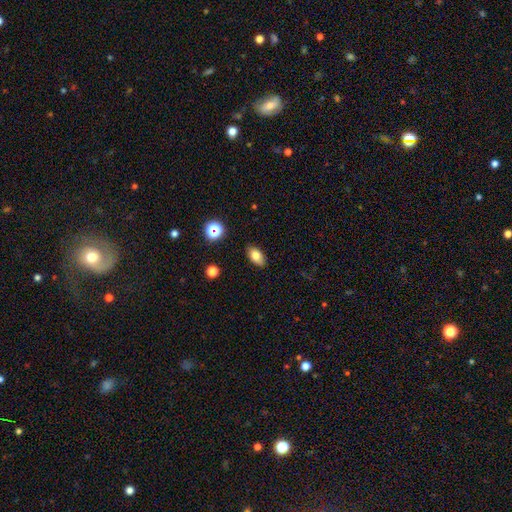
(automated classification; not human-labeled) Smooth or featured?
  - smooth: 78% *
  - featured or disk: 11%
  - star or artifact: 10%
How rounded?
  - in between: 89% *
  - round: 8%
  - cigar-shaped: 3%
Merging?
  - none: 88% *
  - minor disturbance: 9%
  - major disturbance: 2%
  - merger: 1%